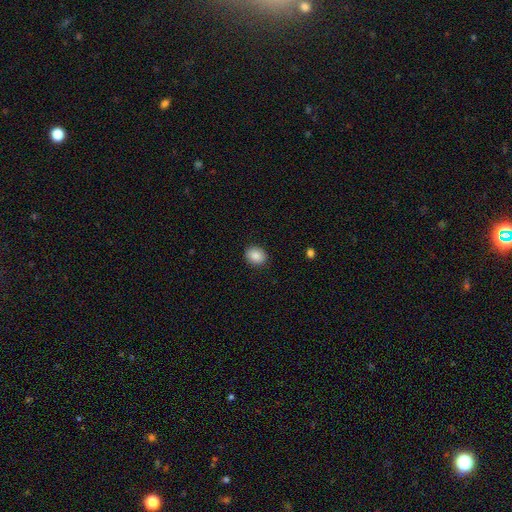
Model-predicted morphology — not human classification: A smooth galaxy with no disk features (87%) that is round (58%).

Vote fractions:
- Smooth or featured? smooth: 87% / star or artifact: 8% / featured or disk: 4%
- How rounded? round: 58% / in between: 41% / cigar-shaped: 1%
- Merging? none: 89% / minor disturbance: 8% / major disturbance: 2% / merger: 1%